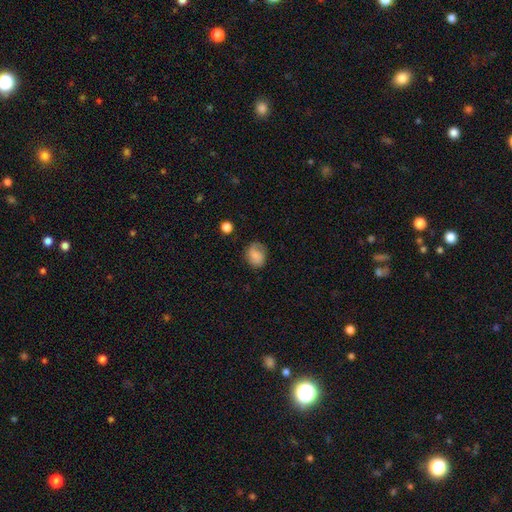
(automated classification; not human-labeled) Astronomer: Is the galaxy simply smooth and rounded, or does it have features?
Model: smooth — 72%.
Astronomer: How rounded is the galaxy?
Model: round — 57% (runner-up: in between, 42%).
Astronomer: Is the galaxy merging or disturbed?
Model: none — 63%.